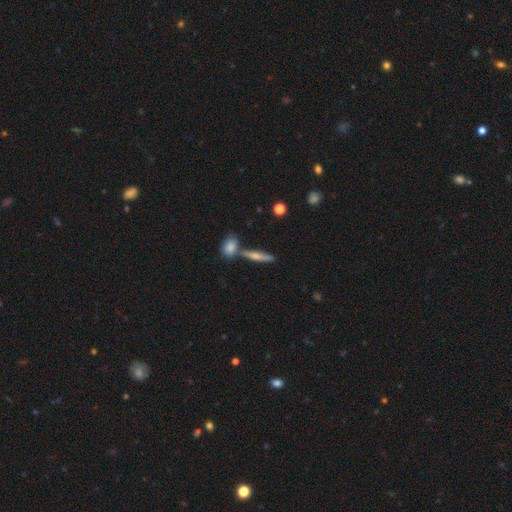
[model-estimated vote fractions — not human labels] Q: Smooth or featured?
A: smooth (46%); runner-up: featured or disk (43%)
Q: Merging?
A: none (65%); runner-up: merger (22%)